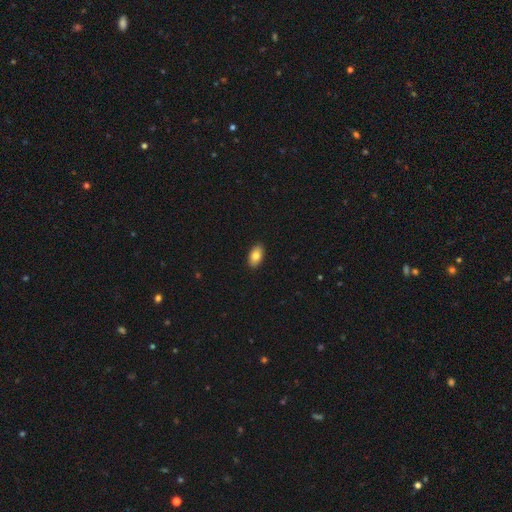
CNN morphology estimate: A smooth galaxy with no disk features (83%) that is in between round and cigar-shaped (94%).

Vote fractions:
- Smooth or featured? smooth: 83% / featured or disk: 10% / star or artifact: 7%
- How rounded? in between: 94% / round: 4% / cigar-shaped: 2%
- Merging? none: 91% / minor disturbance: 7% / major disturbance: 2% / merger: 1%